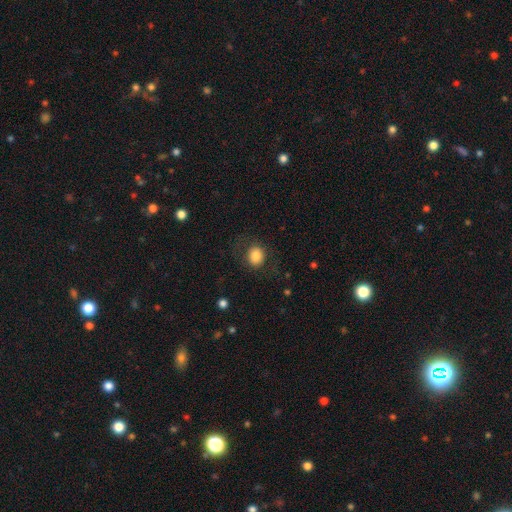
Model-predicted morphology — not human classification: A smooth galaxy with no disk features (81%) that is round (68%). Merging: none (78%).